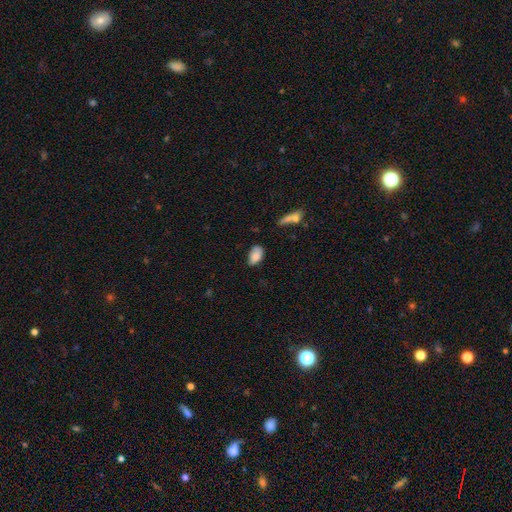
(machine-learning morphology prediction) Q: Smooth or featured?
A: smooth (84%); runner-up: featured or disk (8%)
Q: How rounded?
A: in between (93%); runner-up: round (5%)
Q: Merging?
A: none (63%); runner-up: minor disturbance (28%)